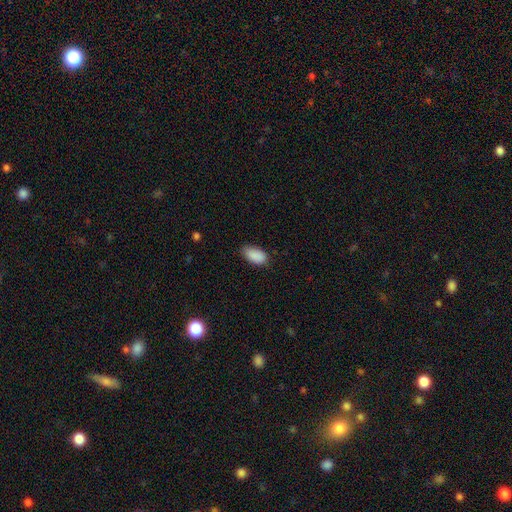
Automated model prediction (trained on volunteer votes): The model was most divided on "merging": none: 76%, minor disturbance: 20%, major disturbance: 3%, merger: 1%. More confident: how rounded — in between (94%); smooth or featured — smooth (89%).